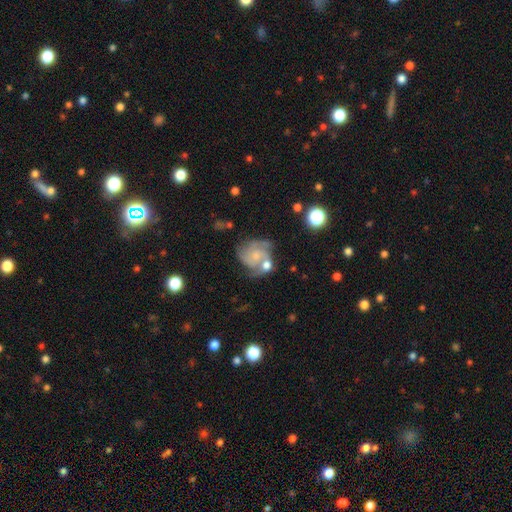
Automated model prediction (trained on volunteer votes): Smooth or featured? featured or disk (69%)
Edge-on disk? no (98%)
Bar? no (73%)
Spiral arms? yes (88%)
Spiral winding? medium (46%)
Spiral arm count? 3 (35%)
Bulge size? small (57%)
Merging? none (41%)